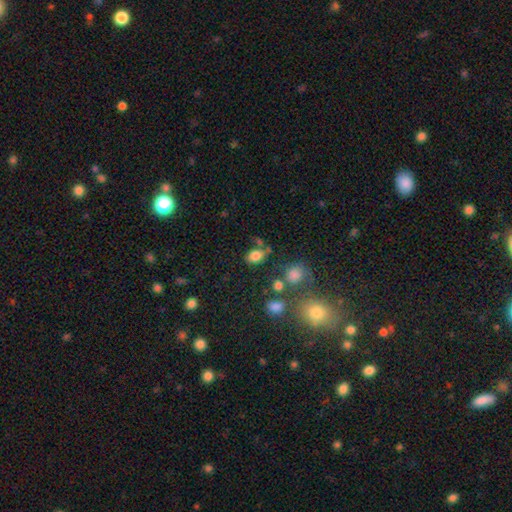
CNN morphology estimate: Smooth or featured: smooth — 80% (star or artifact — 12%)
How rounded: in between — 80% (round — 18%)
Merging: none — 63% (minor disturbance — 17%)